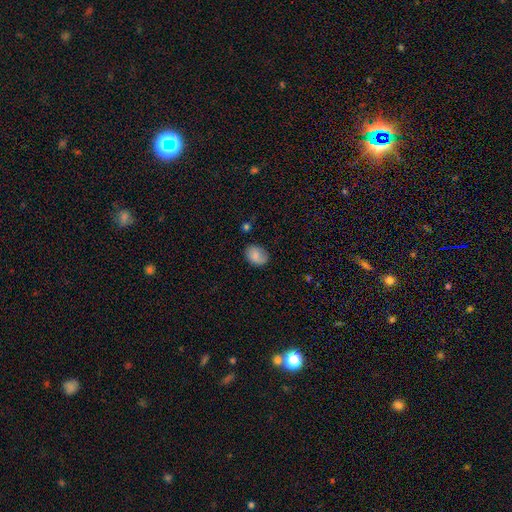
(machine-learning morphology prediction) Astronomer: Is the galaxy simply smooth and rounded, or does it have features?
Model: smooth — 80%.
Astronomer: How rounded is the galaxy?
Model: in between — 66%.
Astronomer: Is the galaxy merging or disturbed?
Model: none — 72%.